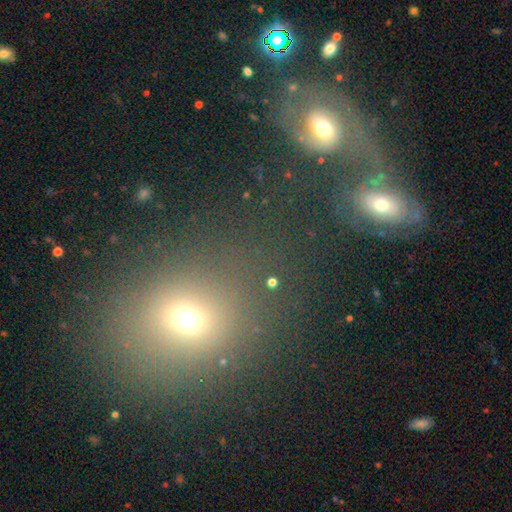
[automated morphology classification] smooth-or-featured: smooth: 56% | star or artifact: 25% | featured or disk: 19%
  how-rounded: round: 59% | in between: 40% | cigar-shaped: 2%
  merging: none: 57% | merger: 24% | minor disturbance: 11% | major disturbance: 7%